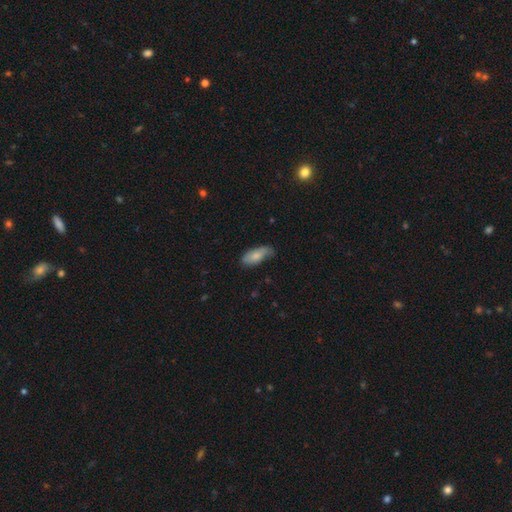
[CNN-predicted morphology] Smooth or featured?
  - smooth: 78% *
  - featured or disk: 16%
  - star or artifact: 6%
How rounded?
  - in between: 83% *
  - cigar-shaped: 15%
  - round: 2%
Merging?
  - none: 60% *
  - minor disturbance: 32%
  - major disturbance: 6%
  - merger: 2%